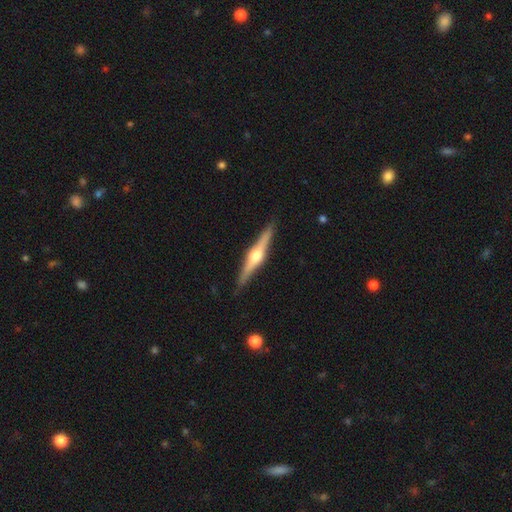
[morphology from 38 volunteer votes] smooth-or-featured: featured or disk: 89% | smooth: 8% | star or artifact: 3%
  disk-edge-on: yes: 100% | no: 0%
    edge-on-bulge: rounded: 100% | boxy: 0% | none: 0%
  merging: none: 86% | minor disturbance: 8% | major disturbance: 5% | merger: 0%